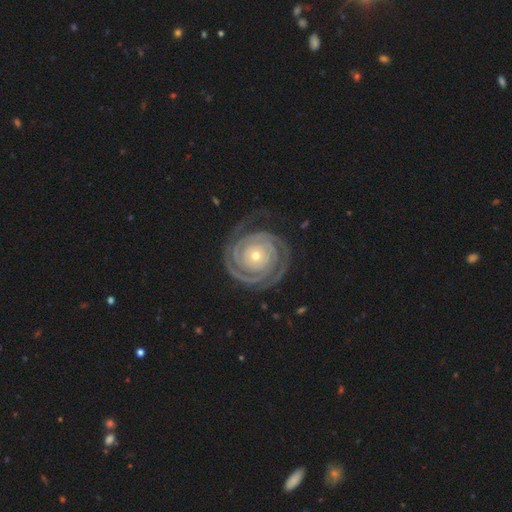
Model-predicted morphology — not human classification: Smooth or featured: featured or disk — 93% (star or artifact — 4%)
Edge-on disk: no — 98% (yes — 2%)
Bar: no — 81% (weak — 11%)
Spiral arms: yes — 98% (no — 2%)
Spiral winding: tight — 88% (medium — 10%)
Spiral arm count: 2 — 72% (3 — 10%)
Bulge size: small — 62% (moderate — 34%)
Merging: none — 79% (minor disturbance — 13%)